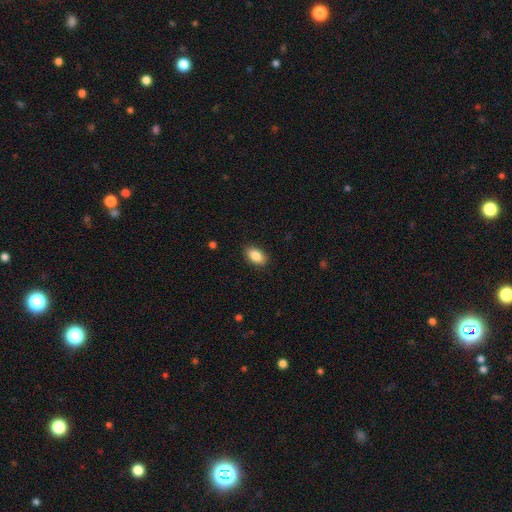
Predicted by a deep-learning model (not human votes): Smooth or featured? smooth (87%)
How rounded? in between (91%)
Merging? none (88%)